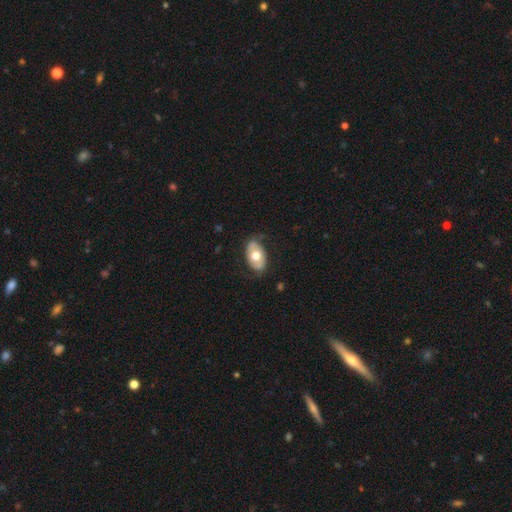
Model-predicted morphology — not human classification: type=smooth (57%); roundness=in between (90%); merging=none (74%).